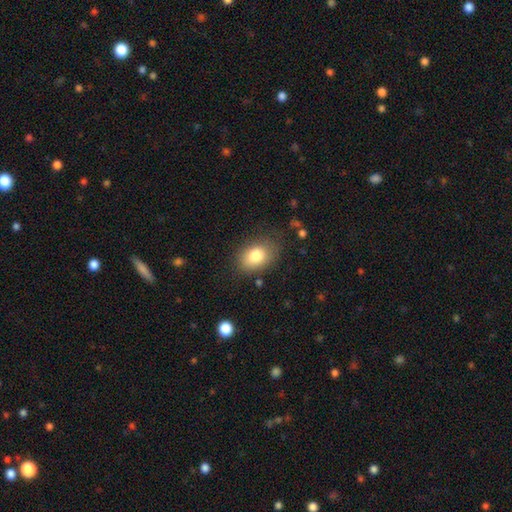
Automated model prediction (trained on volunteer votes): Smooth or featured? smooth (81%)
How rounded? in between (78%)
Merging? none (77%)